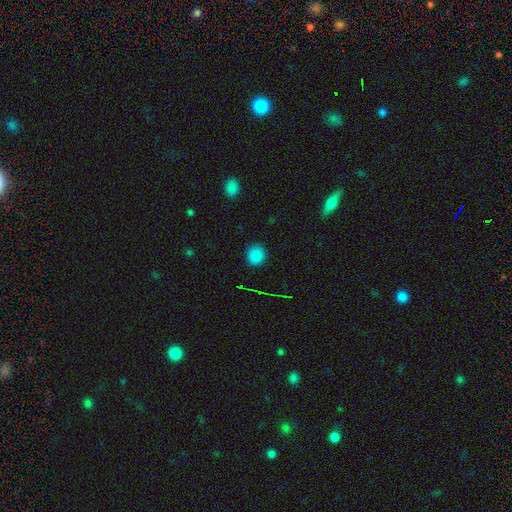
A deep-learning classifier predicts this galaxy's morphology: Smooth or featured?
  - smooth: 84% *
  - star or artifact: 13%
  - featured or disk: 4%
How rounded?
  - round: 85% *
  - in between: 14%
  - cigar-shaped: 1%
Merging?
  - none: 89% *
  - minor disturbance: 8%
  - major disturbance: 2%
  - merger: 1%